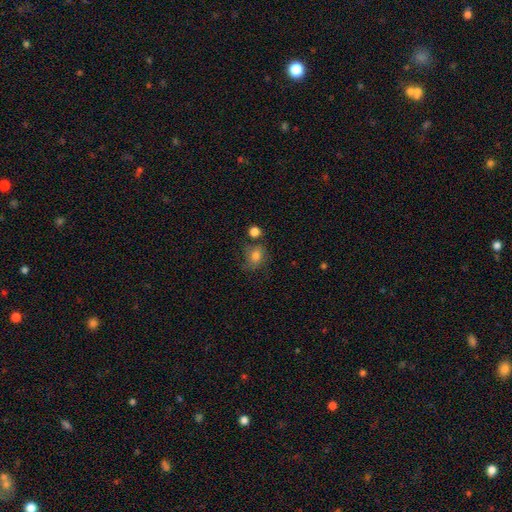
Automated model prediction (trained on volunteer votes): Smooth or featured: smooth — 76% (featured or disk — 12%)
How rounded: round — 57% (in between — 42%)
Merging: none — 54% (minor disturbance — 22%)